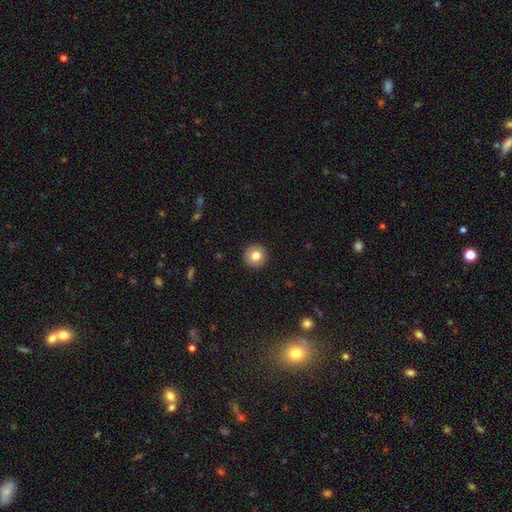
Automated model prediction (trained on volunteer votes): A smooth galaxy with no disk features (80%) that is round (96%). Merging: none (93%).